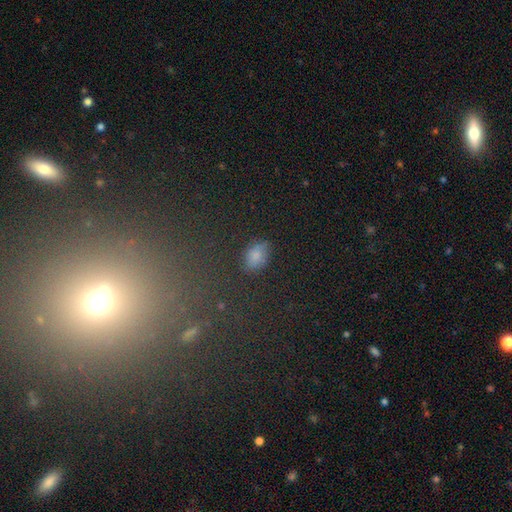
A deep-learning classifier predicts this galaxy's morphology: Smooth or featured: smooth — 75% (star or artifact — 16%)
How rounded: in between — 85% (round — 13%)
Merging: none — 74% (minor disturbance — 18%)